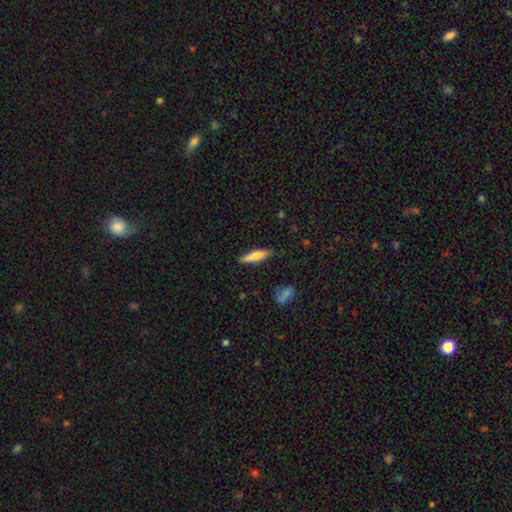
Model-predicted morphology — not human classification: smooth_or_featured: smooth (p=0.71) [alt: featured or disk p=0.23]
how_rounded: cigar-shaped (p=0.74) [alt: in between p=0.25]
merging: none (p=0.85) [alt: minor disturbance p=0.11]